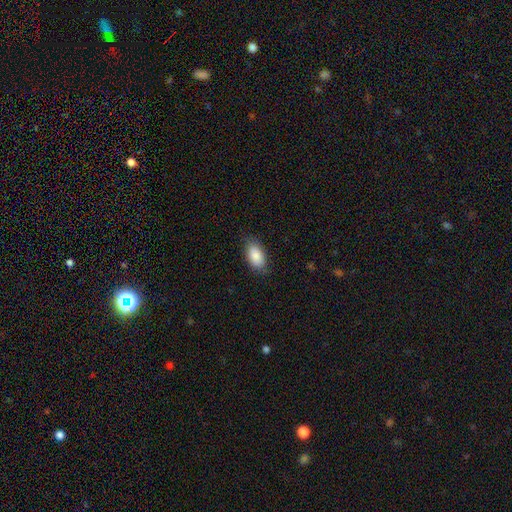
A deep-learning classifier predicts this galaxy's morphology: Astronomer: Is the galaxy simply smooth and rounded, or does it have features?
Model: smooth — 87%.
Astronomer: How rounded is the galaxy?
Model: in between — 93%.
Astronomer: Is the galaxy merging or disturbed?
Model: none — 80%.